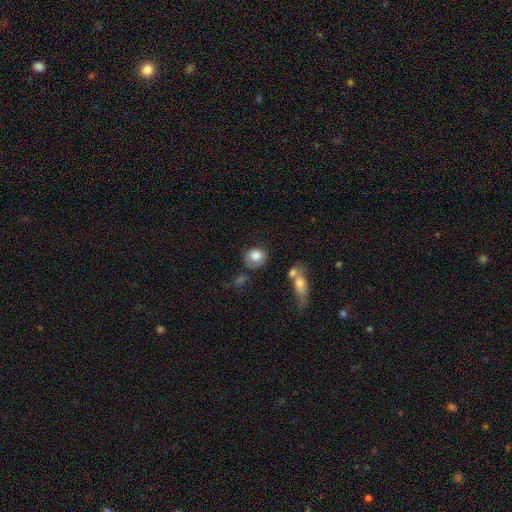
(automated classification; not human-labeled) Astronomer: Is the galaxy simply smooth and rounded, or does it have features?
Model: smooth — 80%.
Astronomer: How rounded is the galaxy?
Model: round — 71%.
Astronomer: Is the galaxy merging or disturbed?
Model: none — 53%.